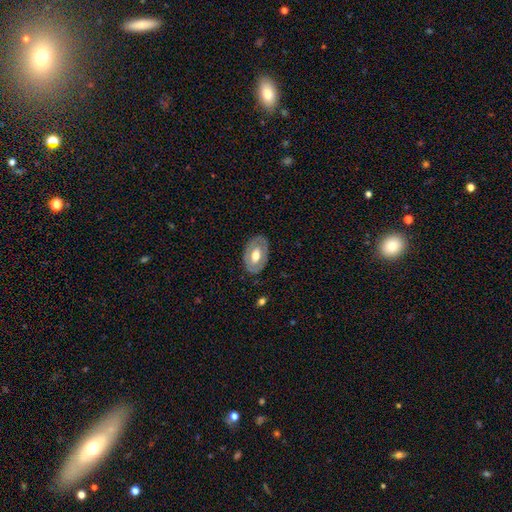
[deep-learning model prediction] smooth_or_featured: featured or disk (p=0.53) [alt: smooth p=0.42]
disk_edge_on: no (p=0.90) [alt: yes p=0.10]
merging: none (p=0.81) [alt: minor disturbance p=0.14]